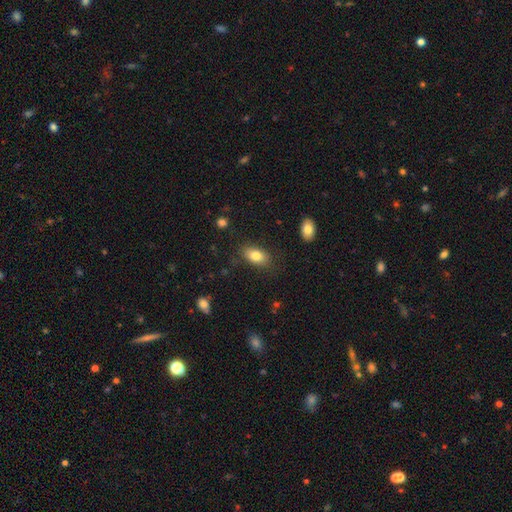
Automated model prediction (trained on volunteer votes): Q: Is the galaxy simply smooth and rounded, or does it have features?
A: smooth — 81%.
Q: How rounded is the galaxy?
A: in between — 90%.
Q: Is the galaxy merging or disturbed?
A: none — 82%.